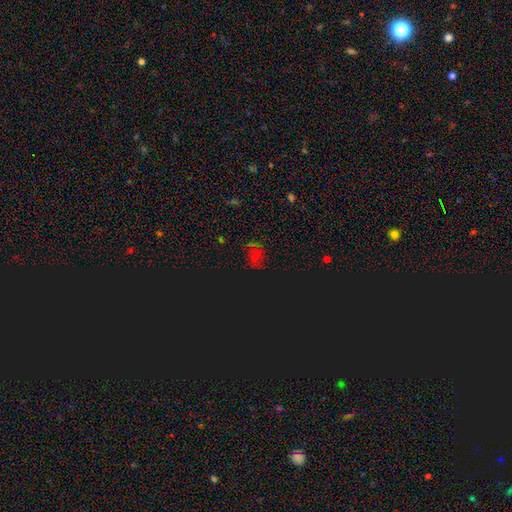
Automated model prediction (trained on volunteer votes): Smooth or featured? Predicted: star or artifact (p=0.55).